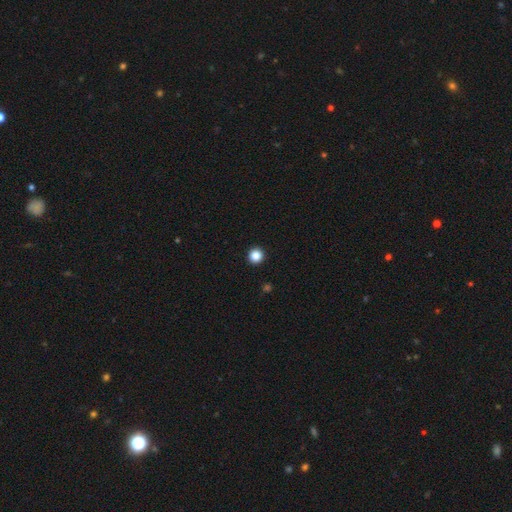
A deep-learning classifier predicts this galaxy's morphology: smooth 86%, star or artifact 11%, featured or disk 3%. Down the decision tree: how rounded — round (96%); merging — none (94%).